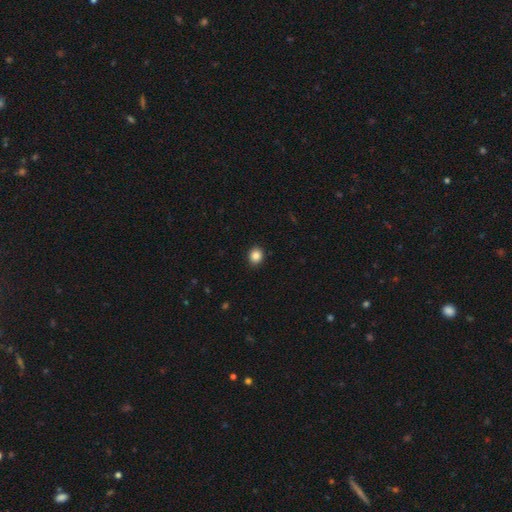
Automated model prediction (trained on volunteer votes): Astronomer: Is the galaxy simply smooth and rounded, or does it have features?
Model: smooth — 86%.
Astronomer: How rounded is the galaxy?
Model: round — 73%.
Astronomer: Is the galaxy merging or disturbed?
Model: none — 91%.